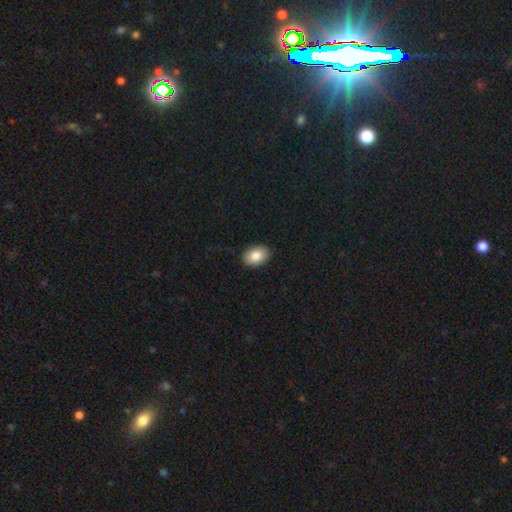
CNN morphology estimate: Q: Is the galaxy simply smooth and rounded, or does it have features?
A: smooth — 86%.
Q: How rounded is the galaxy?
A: in between — 86%.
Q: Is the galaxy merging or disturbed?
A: none — 90%.